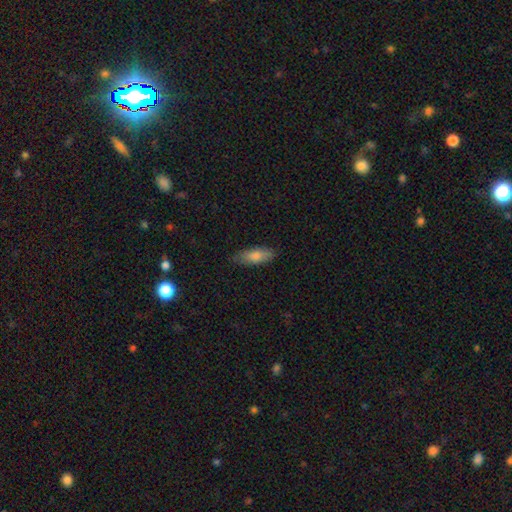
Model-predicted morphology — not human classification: smooth_or_featured: smooth (p=0.75) [alt: featured or disk p=0.18]
how_rounded: in between (p=0.63) [alt: cigar-shaped p=0.35]
merging: none (p=0.85) [alt: minor disturbance p=0.12]